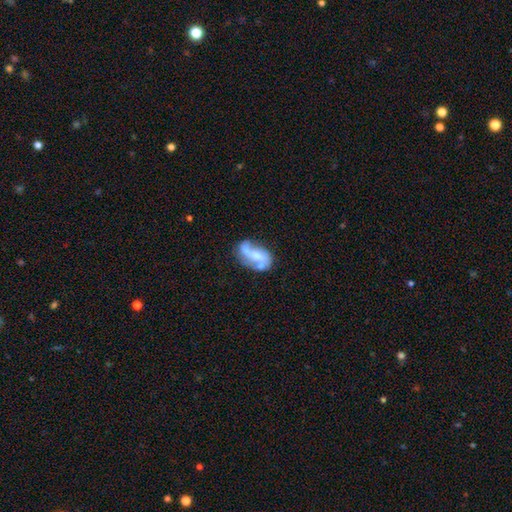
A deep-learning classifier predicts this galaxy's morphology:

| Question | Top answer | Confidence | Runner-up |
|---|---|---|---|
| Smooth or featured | featured or disk | 67% | smooth (25%) |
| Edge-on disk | no | 96% | yes (4%) |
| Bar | no | 53% | weak (33%) |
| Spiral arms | yes | 76% | no (24%) |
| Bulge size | small | 34% | moderate (33%) |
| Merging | none | 42% | minor disturbance (22%) |